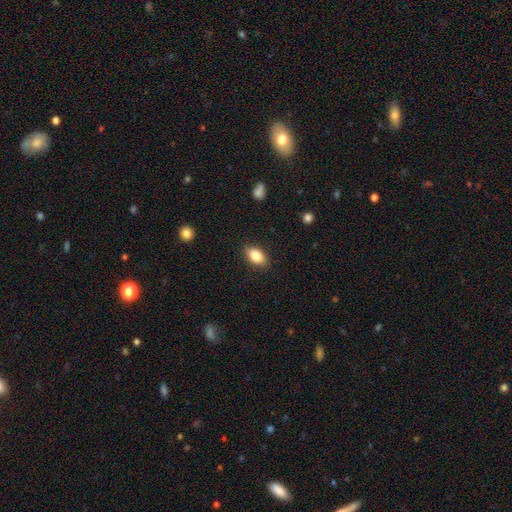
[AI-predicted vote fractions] The model was most divided on "merging": none: 87%, minor disturbance: 10%, major disturbance: 2%, merger: 1%. More confident: how rounded — in between (89%); smooth or featured — smooth (86%).